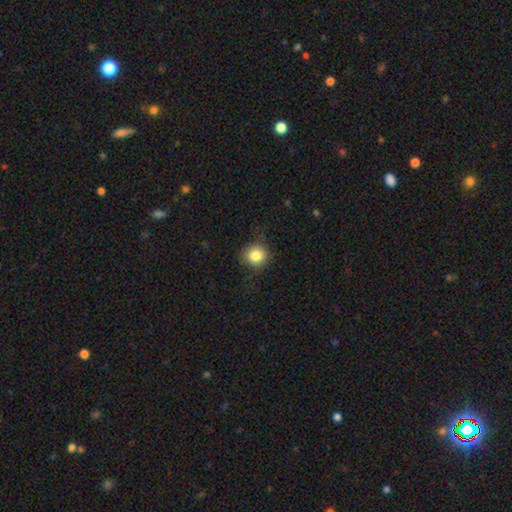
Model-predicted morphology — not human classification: Smooth or featured? smooth (83%)
How rounded? round (88%)
Merging? none (77%)